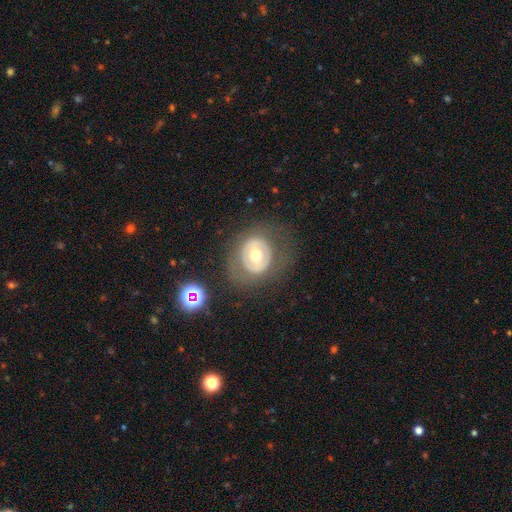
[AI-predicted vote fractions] Smooth or featured?
  - featured or disk: 56% *
  - smooth: 36%
  - star or artifact: 8%
Edge-on disk?
  - no: 95% *
  - yes: 5%
Bar?
  - no: 65% *
  - weak: 22%
  - strong: 13%
Spiral arms?
  - no: 83% *
  - yes: 17%
Bulge size?
  - moderate: 71% *
  - small: 17%
  - large: 9%
  - dominant: 1%
  - none: 1%
Merging?
  - none: 70% *
  - minor disturbance: 15%
  - major disturbance: 13%
  - merger: 2%